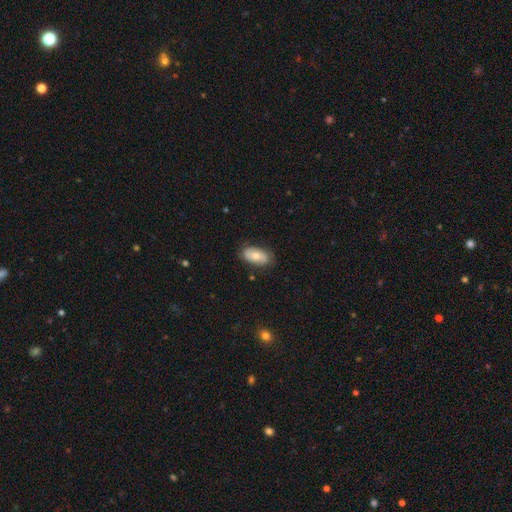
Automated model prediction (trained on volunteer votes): smooth_or_featured: smooth (p=0.60) [alt: featured or disk p=0.34]
how_rounded: in between (p=0.93) [alt: round p=0.04]
merging: none (p=0.79) [alt: minor disturbance p=0.16]